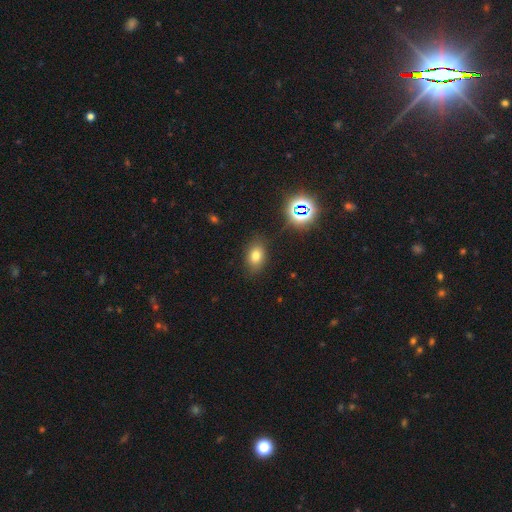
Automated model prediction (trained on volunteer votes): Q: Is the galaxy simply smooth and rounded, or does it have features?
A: smooth — 73%.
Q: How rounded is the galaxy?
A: in between — 80%.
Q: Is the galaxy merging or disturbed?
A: none — 83%.